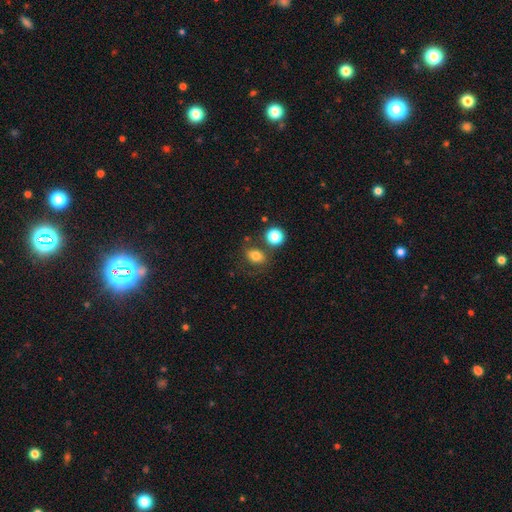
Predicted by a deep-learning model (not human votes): A smooth galaxy with no disk features (76%) that is in between round and cigar-shaped (56%).

Vote fractions:
- Smooth or featured? smooth: 76% / star or artifact: 13% / featured or disk: 10%
- How rounded? in between: 56% / round: 42% / cigar-shaped: 1%
- Merging? none: 65% / minor disturbance: 15% / merger: 14% / major disturbance: 6%